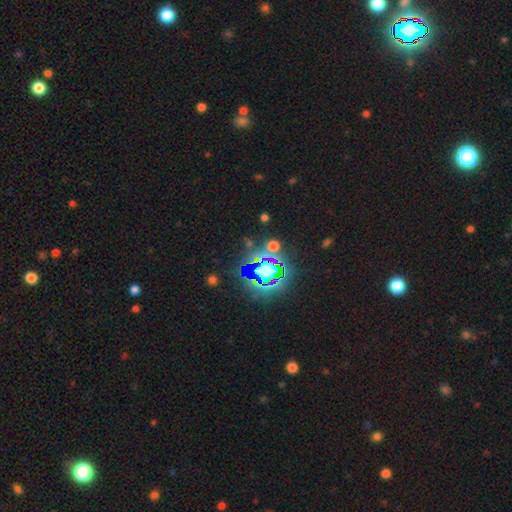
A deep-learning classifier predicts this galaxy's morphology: Q: Smooth or featured?
A: star or artifact (83%); runner-up: smooth (10%)